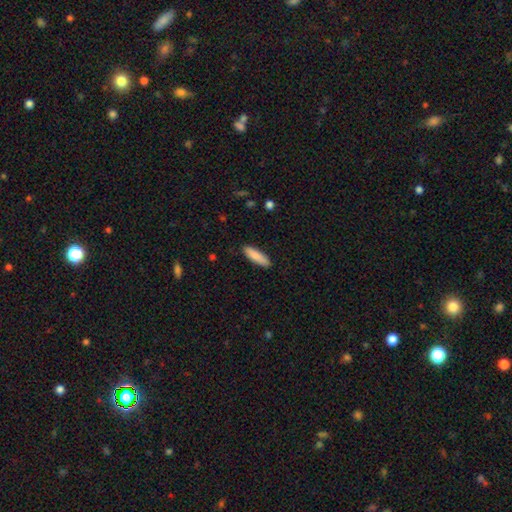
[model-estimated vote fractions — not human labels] smooth-or-featured: smooth: 87% | featured or disk: 7% | star or artifact: 6%
  how-rounded: cigar-shaped: 60% | in between: 39% | round: 1%
  merging: none: 89% | minor disturbance: 9% | major disturbance: 2% | merger: 1%